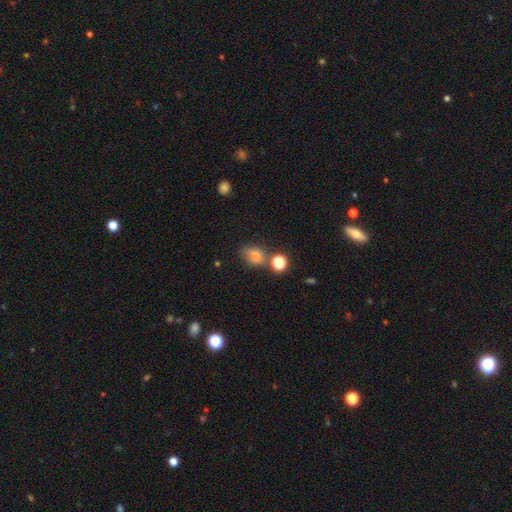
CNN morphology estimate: The model was most divided on "how rounded": in between: 55%, round: 44%, cigar-shaped: 2%. More confident: smooth or featured — smooth (72%); merging — none (58%).